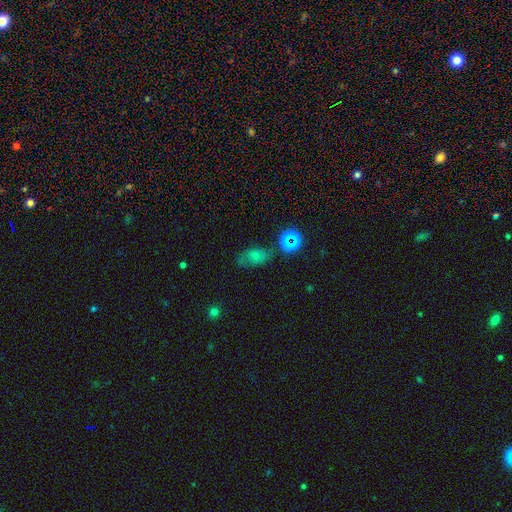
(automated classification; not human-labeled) Smooth or featured? Predicted: smooth (p=0.49). Merging? Predicted: none (p=0.63).